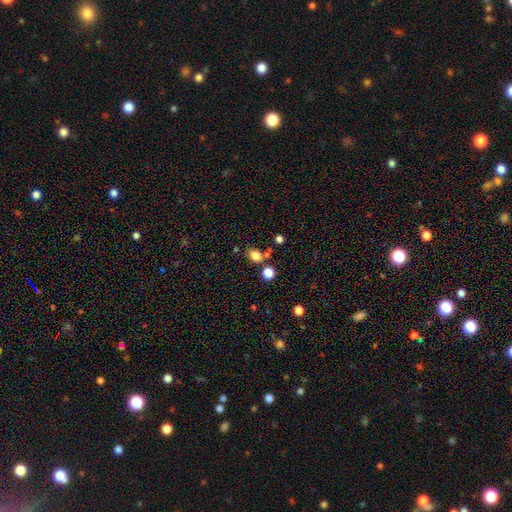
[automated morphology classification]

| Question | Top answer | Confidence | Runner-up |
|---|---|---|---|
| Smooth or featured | smooth | 80% | star or artifact (13%) |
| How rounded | in between | 57% | round (42%) |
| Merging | none | 68% | merger (14%) |